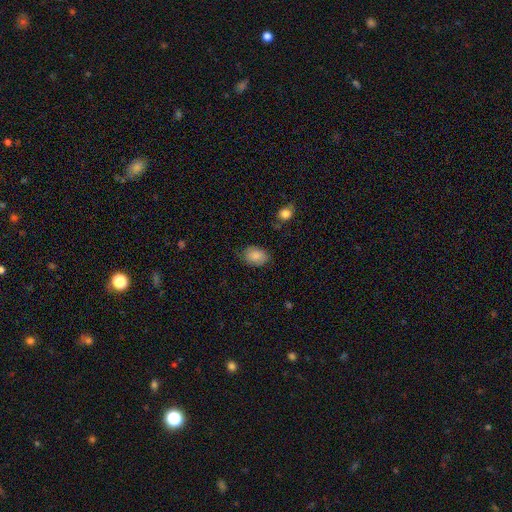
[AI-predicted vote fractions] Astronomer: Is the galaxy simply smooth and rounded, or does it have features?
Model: smooth — 86%.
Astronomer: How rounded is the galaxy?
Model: in between — 77%.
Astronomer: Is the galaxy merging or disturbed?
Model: none — 74%.